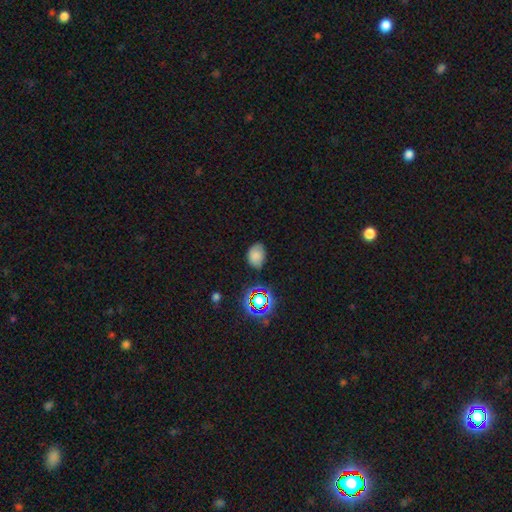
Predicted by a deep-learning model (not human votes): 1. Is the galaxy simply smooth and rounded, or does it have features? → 74% smooth, 17% star or artifact, 9% featured or disk.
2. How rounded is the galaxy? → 74% in between, 25% round, 1% cigar-shaped.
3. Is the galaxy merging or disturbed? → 67% none, 25% minor disturbance, 6% major disturbance, 3% merger.